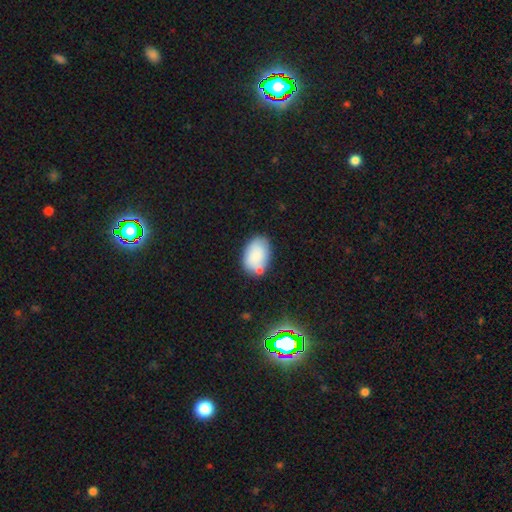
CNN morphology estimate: Smooth or featured: smooth — 83% (featured or disk — 9%)
How rounded: in between — 89% (round — 10%)
Merging: none — 64% (minor disturbance — 19%)